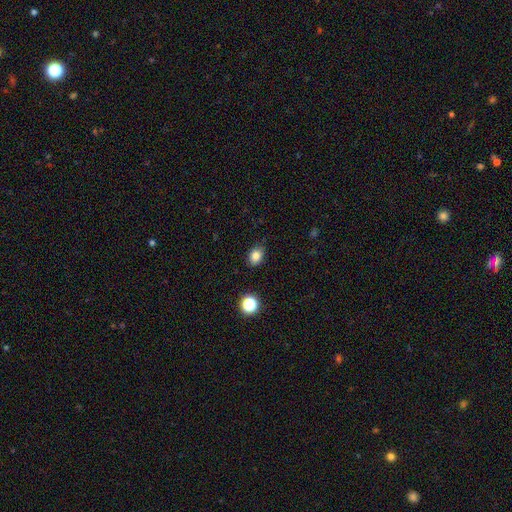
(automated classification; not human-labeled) Smooth or featured?
  - smooth: 82% *
  - star or artifact: 12%
  - featured or disk: 6%
How rounded?
  - in between: 66% *
  - round: 33%
  - cigar-shaped: 1%
Merging?
  - none: 85% *
  - minor disturbance: 11%
  - major disturbance: 2%
  - merger: 2%